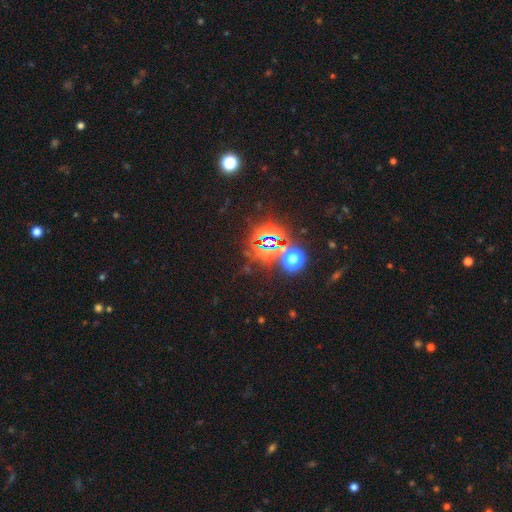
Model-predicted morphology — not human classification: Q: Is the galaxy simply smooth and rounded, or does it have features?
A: star or artifact — 82%.